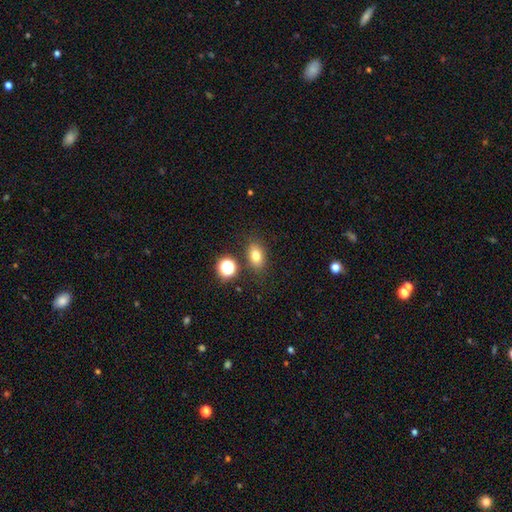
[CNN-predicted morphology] type=smooth (75%); roundness=in between (76%); merging=none (80%).